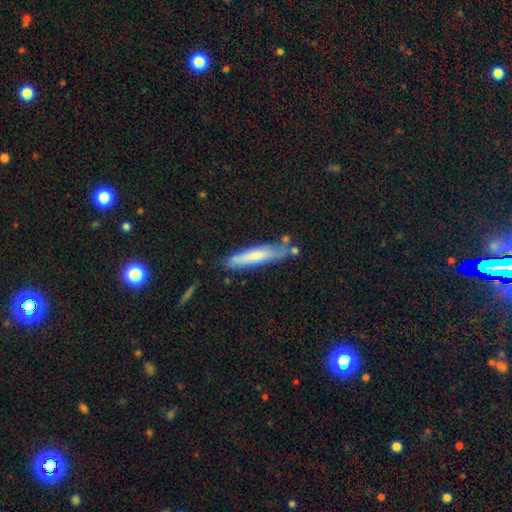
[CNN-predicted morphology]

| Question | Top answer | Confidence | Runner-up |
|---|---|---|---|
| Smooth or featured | smooth | 61% | featured or disk (34%) |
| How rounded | cigar-shaped | 84% | in between (15%) |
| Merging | none | 68% | minor disturbance (20%) |